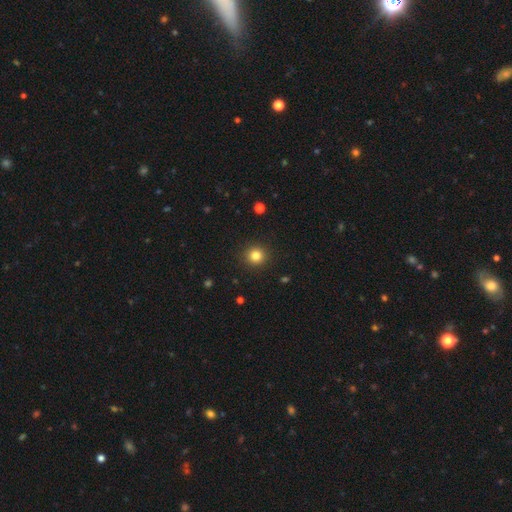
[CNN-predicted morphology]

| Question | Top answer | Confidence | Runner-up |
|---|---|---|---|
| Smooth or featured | smooth | 83% | star or artifact (12%) |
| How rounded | round | 94% | in between (5%) |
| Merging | none | 92% | minor disturbance (5%) |